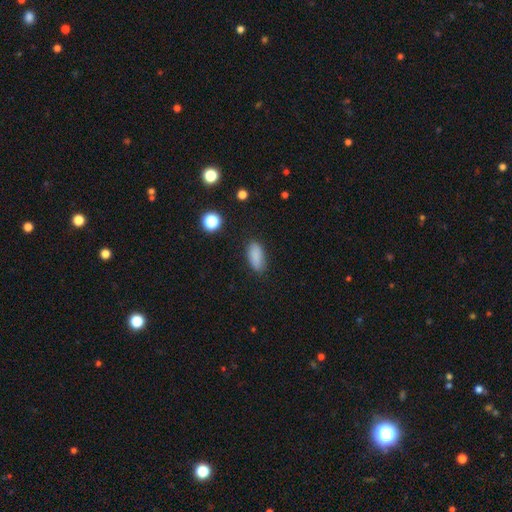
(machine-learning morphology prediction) A smooth galaxy with no disk features (86%) that is in between round and cigar-shaped (84%).

Vote fractions:
- Smooth or featured? smooth: 86% / star or artifact: 9% / featured or disk: 5%
- How rounded? in between: 84% / cigar-shaped: 12% / round: 4%
- Merging? none: 83% / minor disturbance: 12% / major disturbance: 3% / merger: 1%